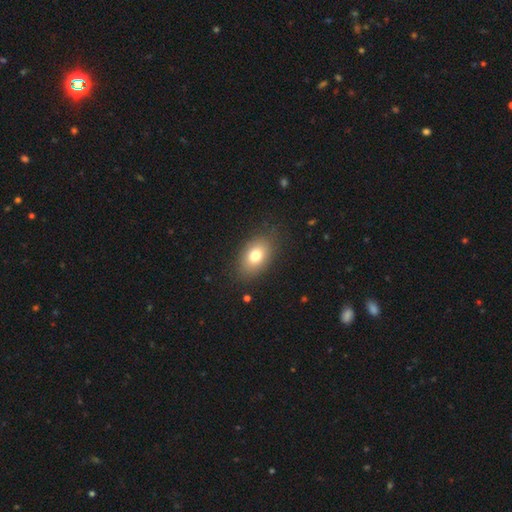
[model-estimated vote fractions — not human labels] Overall: smooth (76%). How rounded: in between (85%). Merging: none (84%).